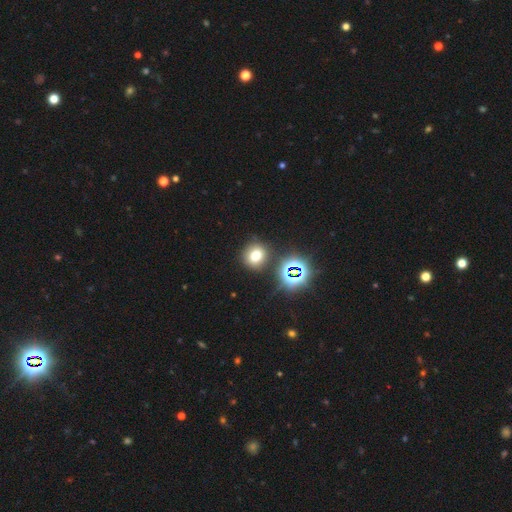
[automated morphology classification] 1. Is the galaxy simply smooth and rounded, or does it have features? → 67% smooth, 24% star or artifact, 10% featured or disk.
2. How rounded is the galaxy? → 81% round, 18% in between, 1% cigar-shaped.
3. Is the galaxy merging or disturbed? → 82% none, 9% minor disturbance, 6% merger, 3% major disturbance.